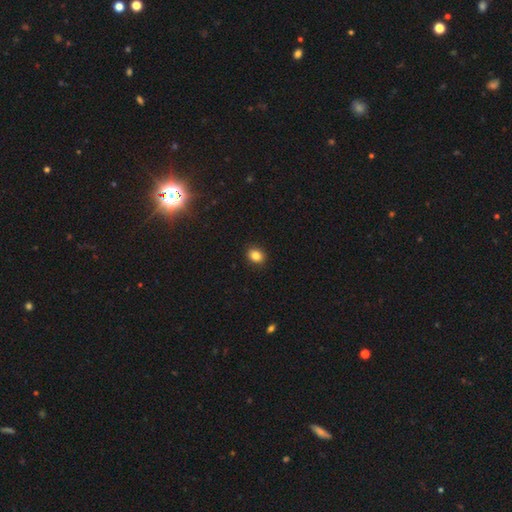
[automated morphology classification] Smooth or featured? smooth (84%)
How rounded? in between (51%)
Merging? none (91%)